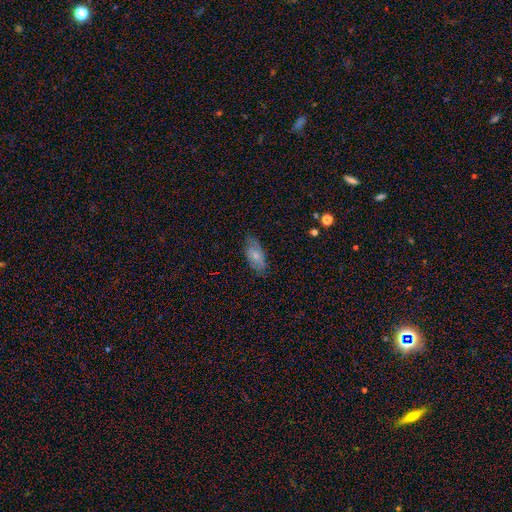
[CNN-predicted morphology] Smooth or featured: smooth — 59% (featured or disk — 34%)
How rounded: in between — 88% (cigar-shaped — 9%)
Merging: none — 75% (minor disturbance — 20%)